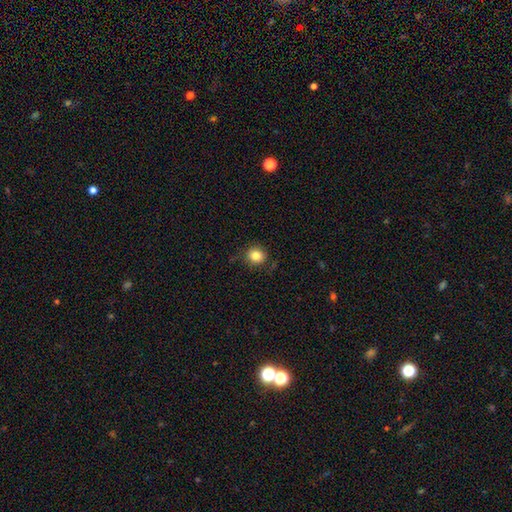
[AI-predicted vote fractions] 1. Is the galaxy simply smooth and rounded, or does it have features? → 83% smooth, 11% star or artifact, 6% featured or disk.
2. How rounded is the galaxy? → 86% round, 13% in between, 1% cigar-shaped.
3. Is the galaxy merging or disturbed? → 83% none, 13% minor disturbance, 3% major disturbance, 1% merger.